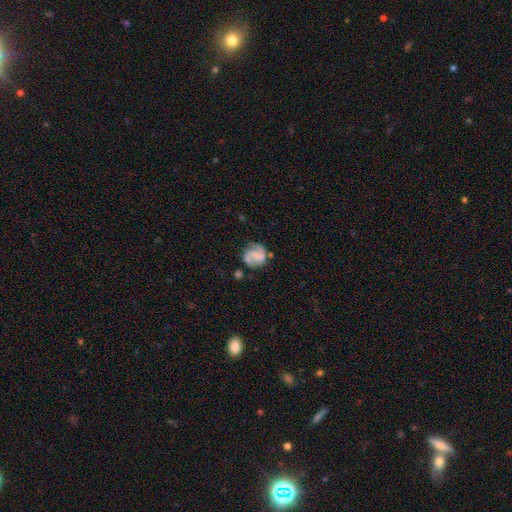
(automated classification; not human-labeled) A featured or disk galaxy (73%) with no bar (44%), 2 (85%) medium (48%) spiral arms (93%) and no central bulge (49%).

Vote fractions:
- Smooth or featured? featured or disk: 73% / smooth: 20% / star or artifact: 7%
- Edge-on disk? no: 98% / yes: 2%
- Bar? no: 44% / weak: 40% / strong: 16%
- Spiral arms? yes: 93% / no: 7%
- Spiral winding? medium: 48% / loose: 27% / tight: 25%
- Spiral arm count? 2: 85% / can't tell: 6% / 1: 3% / 3: 3% / 4: 1% / more than 4: 1%
- Bulge size? none: 49% / small: 34% / moderate: 13% / large: 3% / dominant: 1%
- Merging? none: 65% / minor disturbance: 20% / major disturbance: 10% / merger: 6%